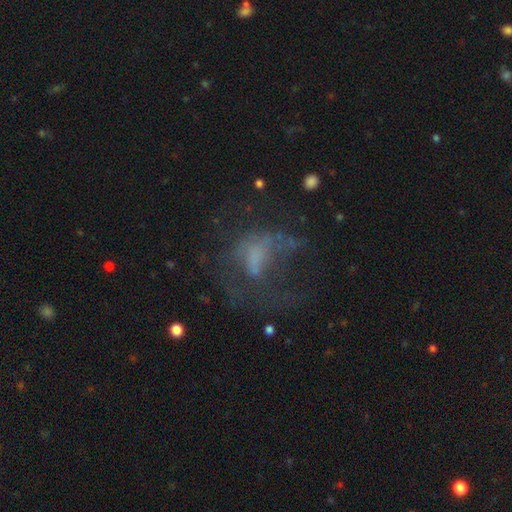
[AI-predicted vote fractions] Smooth or featured?
  - featured or disk: 50% *
  - smooth: 29%
  - star or artifact: 21%
Edge-on disk?
  - no: 96% *
  - yes: 4%
Merging?
  - major disturbance: 49% *
  - none: 31%
  - minor disturbance: 15%
  - merger: 5%